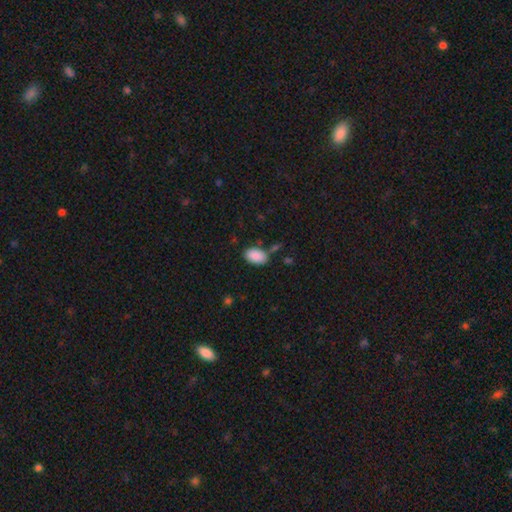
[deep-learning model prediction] Overall: smooth (89%). How rounded: in between (93%). Merging: none (73%).